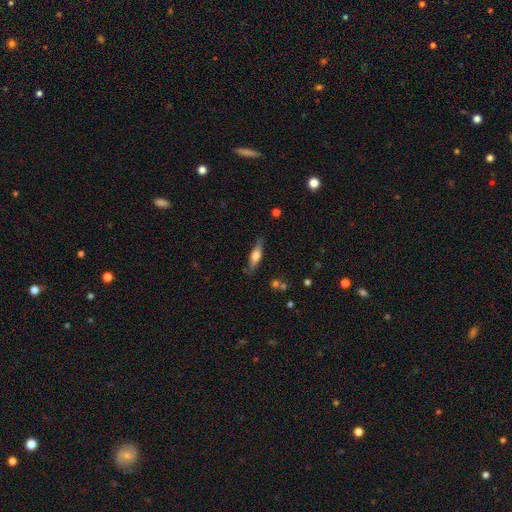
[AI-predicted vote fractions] Smooth or featured? smooth (52%)
How rounded? cigar-shaped (63%)
Merging? none (80%)